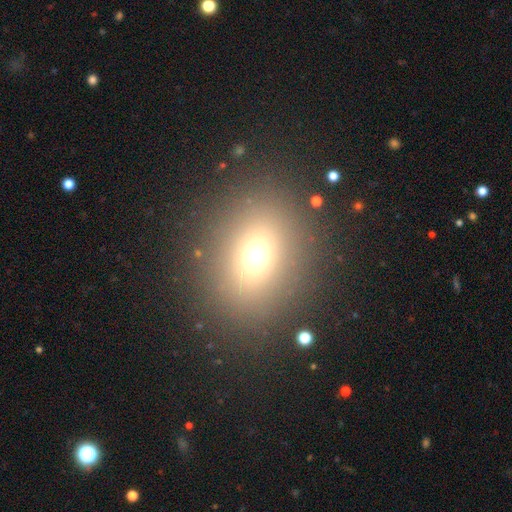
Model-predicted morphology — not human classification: A smooth galaxy with no disk features (67%) that is round (60%).

Vote fractions:
- Smooth or featured? smooth: 67% / star or artifact: 21% / featured or disk: 12%
- How rounded? round: 60% / in between: 38% / cigar-shaped: 2%
- Merging? none: 86% / minor disturbance: 7% / major disturbance: 5% / merger: 2%